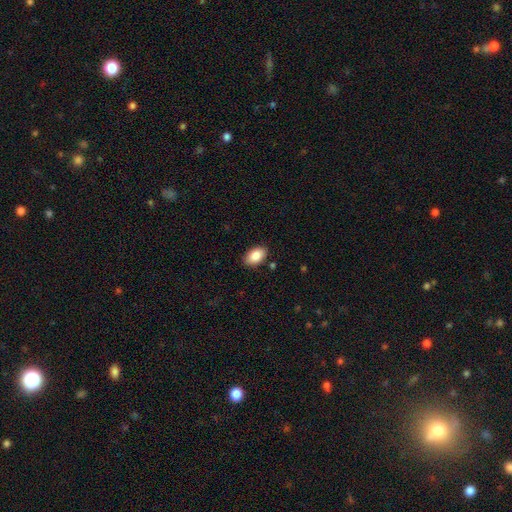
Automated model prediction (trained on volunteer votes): smooth_or_featured: smooth (p=0.87) [alt: star or artifact p=0.07]
how_rounded: in between (p=0.93) [alt: round p=0.06]
merging: none (p=0.87) [alt: minor disturbance p=0.09]